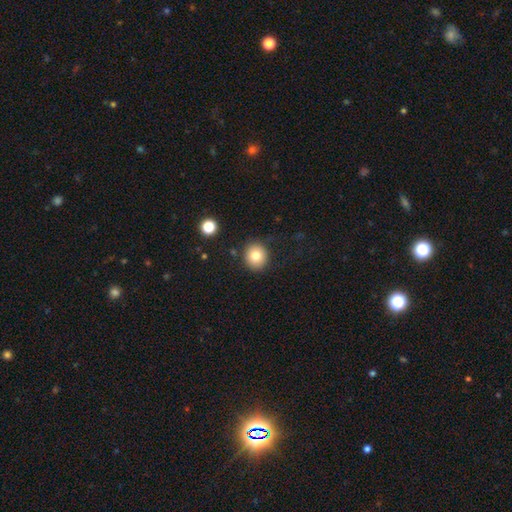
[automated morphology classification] A smooth galaxy with no disk features (80%) that is round (83%).

Vote fractions:
- Smooth or featured? smooth: 80% / star or artifact: 11% / featured or disk: 10%
- How rounded? round: 83% / in between: 17% / cigar-shaped: 1%
- Merging? none: 87% / minor disturbance: 8% / major disturbance: 3% / merger: 2%